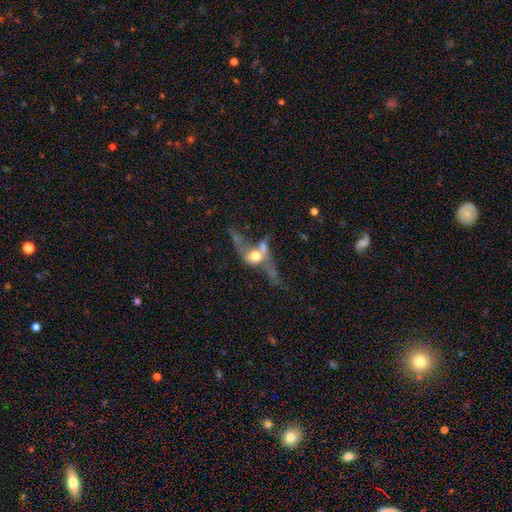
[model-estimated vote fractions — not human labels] Smooth or featured?
  - featured or disk: 50% *
  - smooth: 38%
  - star or artifact: 12%
Edge-on disk?
  - no: 75% *
  - yes: 25%
Merging?
  - merger: 51% *
  - major disturbance: 22%
  - none: 17%
  - minor disturbance: 10%